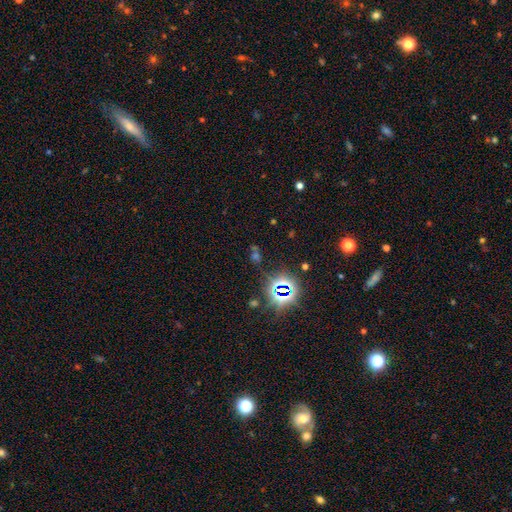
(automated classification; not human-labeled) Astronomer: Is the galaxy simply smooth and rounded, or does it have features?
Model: star or artifact — 72%.